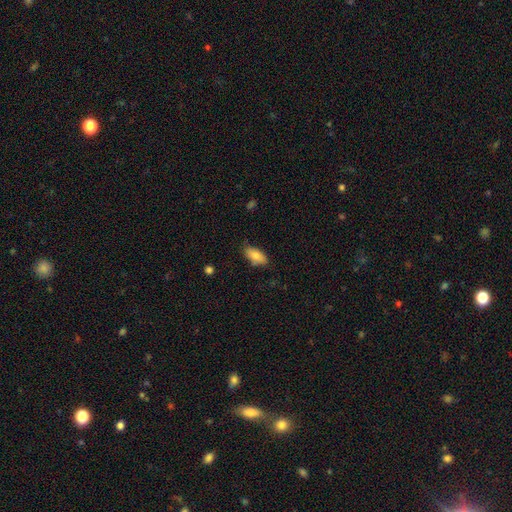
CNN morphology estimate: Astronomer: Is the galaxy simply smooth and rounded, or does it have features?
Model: smooth — 81%.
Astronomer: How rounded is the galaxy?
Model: in between — 88%.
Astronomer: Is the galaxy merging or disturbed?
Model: none — 78%.